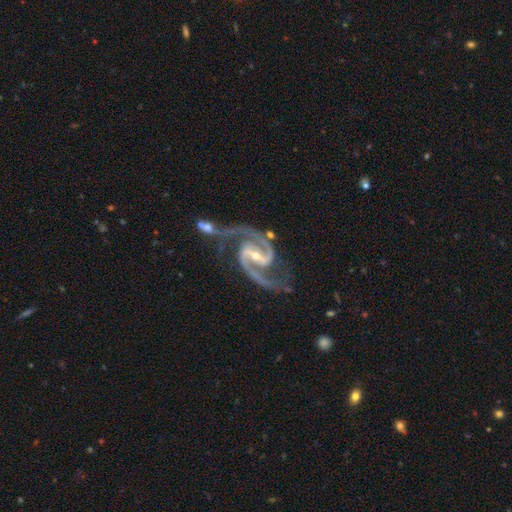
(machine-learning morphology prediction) This appears to be a featured or disk galaxy (95%) with a strong bar (45%), 2 (94%) medium (67%) spiral arms (99%) and a small central bulge (59%). Merging: none (53%).